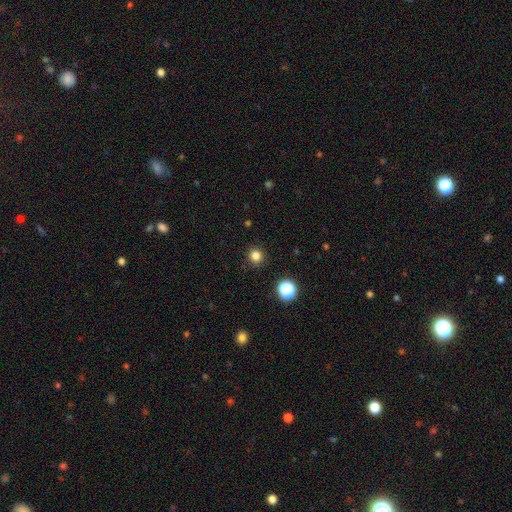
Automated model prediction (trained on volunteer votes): The model was most divided on "smooth or featured": smooth: 81%, star or artifact: 15%, featured or disk: 4%. More confident: how rounded — round (93%); merging — none (91%).